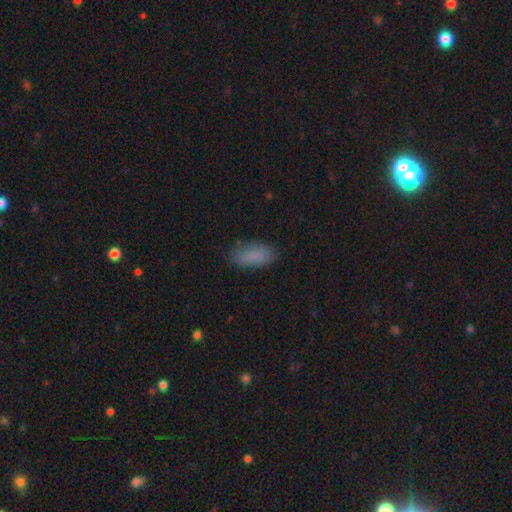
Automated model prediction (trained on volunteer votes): smooth_or_featured: smooth (p=0.85) [alt: featured or disk p=0.08]
how_rounded: in between (p=0.89) [alt: cigar-shaped p=0.09]
merging: none (p=0.79) [alt: minor disturbance p=0.16]